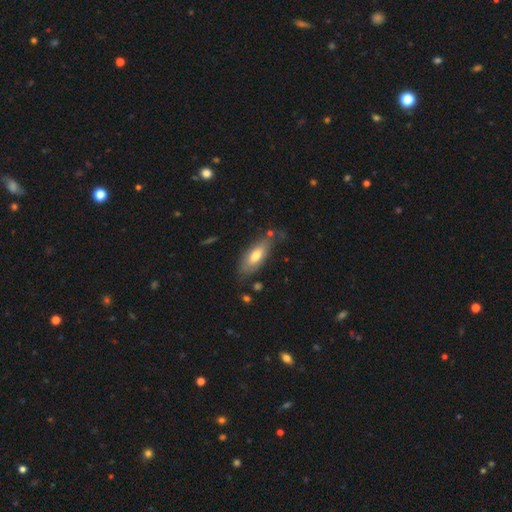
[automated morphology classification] Smooth or featured? Predicted: smooth (p=0.65). How rounded? Predicted: in between (p=0.76). Merging? Predicted: none (p=0.64).